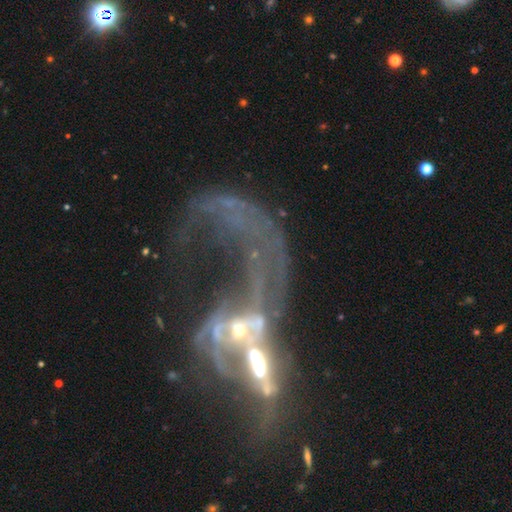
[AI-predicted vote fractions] The model was most divided on "spiral arms": yes: 51%, no: 49%. Remaining: edge-on disk — no (93%); smooth or featured — featured or disk (73%); bar — no (64%); merging — merger (61%); bulge size — moderate (38%).